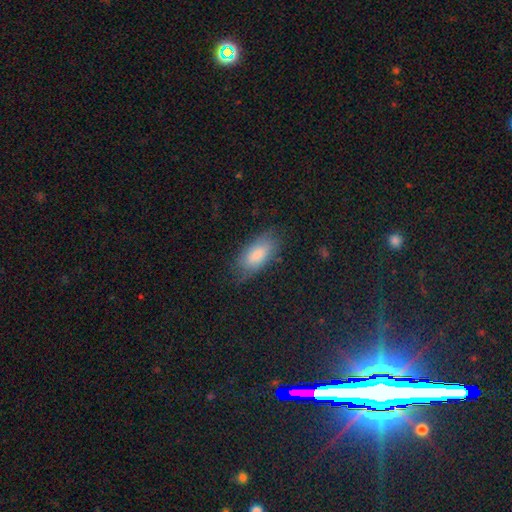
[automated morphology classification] This is likely a smooth galaxy (79%). How rounded: clearly in between (89%). Merging: likely none (72%).